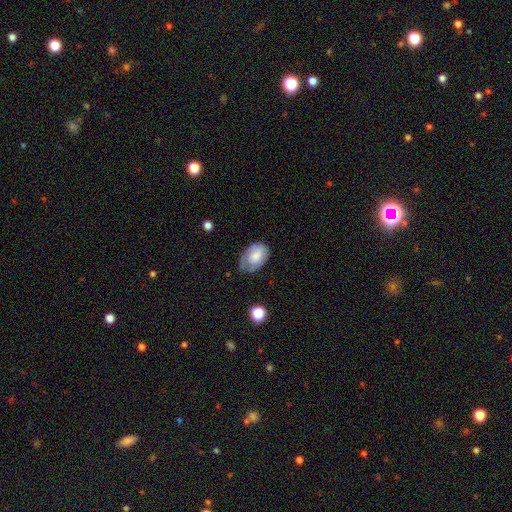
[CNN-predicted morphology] Overall: smooth (69%). How rounded: in between (88%). Merging: none (58%; minor disturbance 31%).